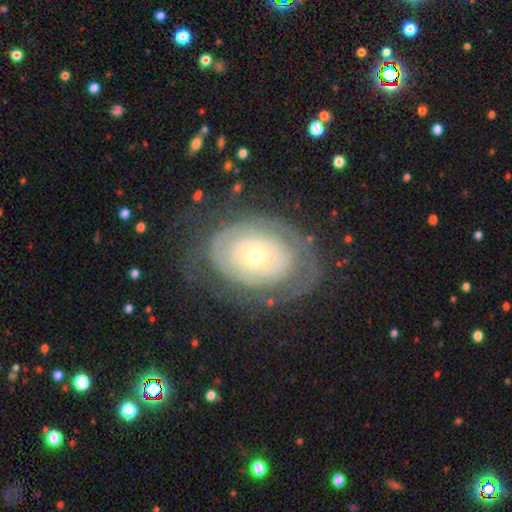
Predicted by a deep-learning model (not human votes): Q: Smooth or featured?
A: featured or disk (68%); runner-up: smooth (26%)
Q: Edge-on disk?
A: no (95%); runner-up: yes (5%)
Q: Bar?
A: no (89%); runner-up: weak (8%)
Q: Spiral arms?
A: no (50%); tied with: yes (50%)
Q: Bulge size?
A: small (65%); runner-up: moderate (30%)
Q: Merging?
A: none (65%); runner-up: minor disturbance (19%)